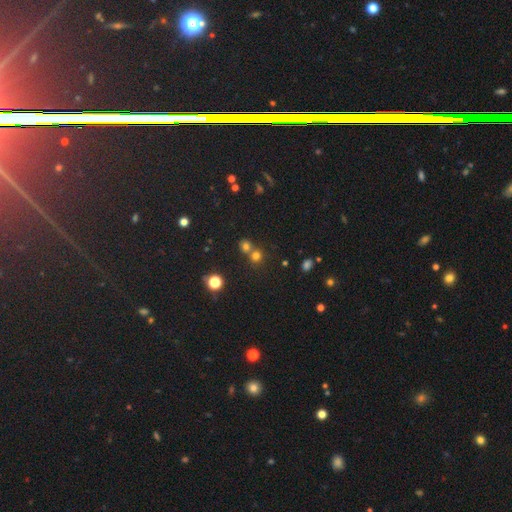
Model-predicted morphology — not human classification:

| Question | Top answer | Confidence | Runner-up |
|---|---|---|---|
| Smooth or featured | smooth | 68% | star or artifact (24%) |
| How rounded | round | 87% | in between (12%) |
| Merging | none | 51% | merger (40%) |